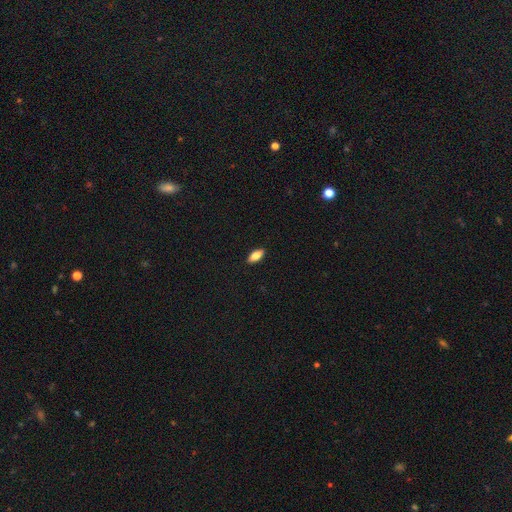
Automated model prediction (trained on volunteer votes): smooth-or-featured: smooth: 81% | featured or disk: 13% | star or artifact: 7%
  how-rounded: in between: 87% | cigar-shaped: 11% | round: 3%
  merging: none: 90% | minor disturbance: 8% | major disturbance: 2% | merger: 1%